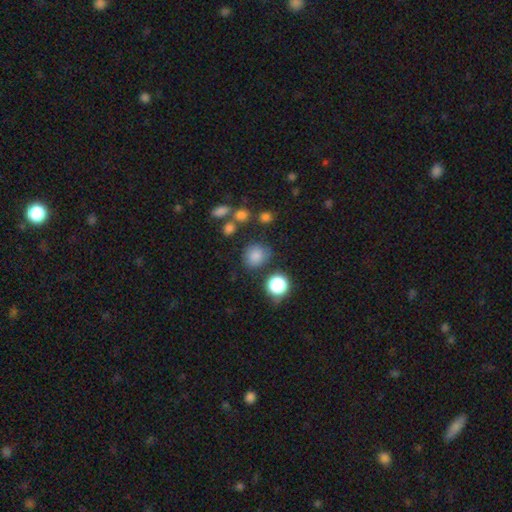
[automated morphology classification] smooth_or_featured: smooth (p=0.79) [alt: star or artifact p=0.15]
how_rounded: round (p=0.76) [alt: in between p=0.23]
merging: none (p=0.74) [alt: minor disturbance p=0.15]